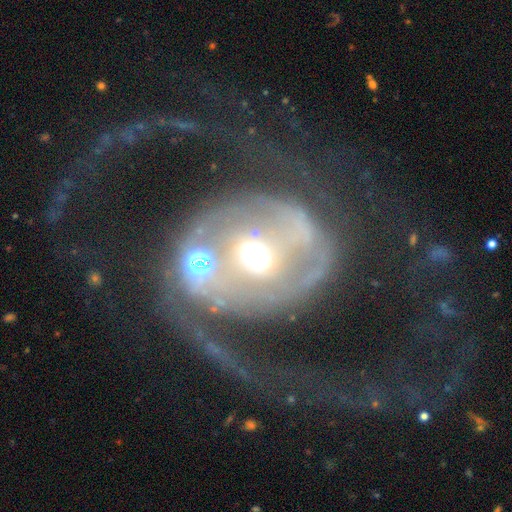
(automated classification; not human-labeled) Overall: featured or disk (82%). Edge-on disk: no (97%). Bar: no (43%; weak 33%). Spiral arms: yes (83%). Spiral arm count: 2 (74%). Spiral winding: medium (41%; loose 36%). Bulge size: moderate (67%). Merging: none (39%; major disturbance 33%).